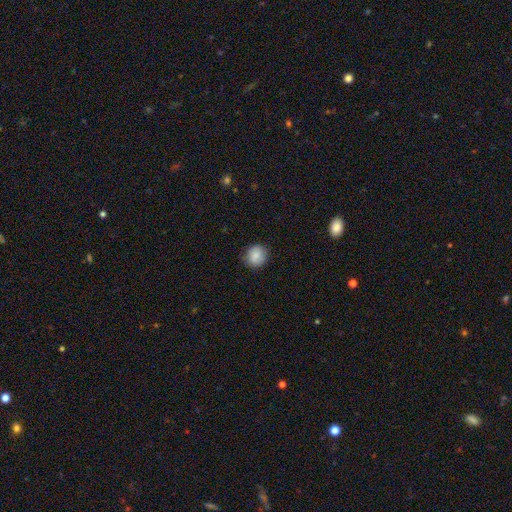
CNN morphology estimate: smooth 86%, star or artifact 8%, featured or disk 6%. Down the decision tree: how rounded — round (88%); merging — none (86%).